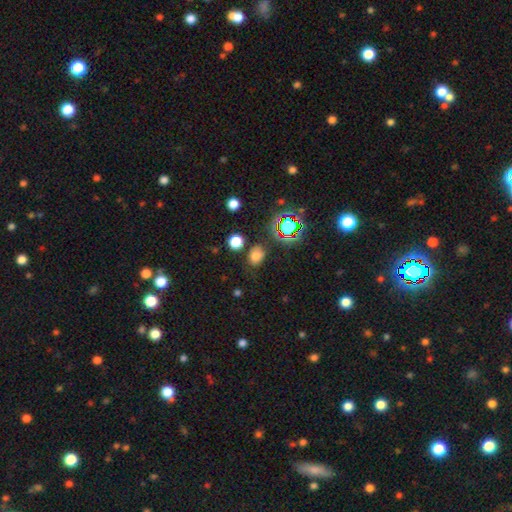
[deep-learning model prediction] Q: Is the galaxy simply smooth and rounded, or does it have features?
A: smooth — 69%.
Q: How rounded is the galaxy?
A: in between — 53%.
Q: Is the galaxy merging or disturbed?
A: none — 74%.